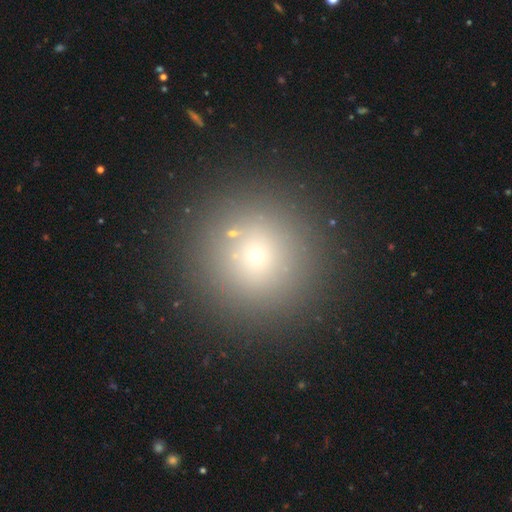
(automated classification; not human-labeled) smooth 68%, star or artifact 21%, featured or disk 11%. Down the decision tree: how rounded — round (95%); merging — none (87%).